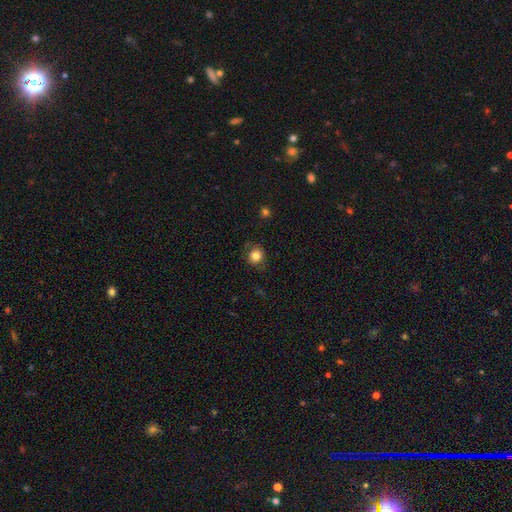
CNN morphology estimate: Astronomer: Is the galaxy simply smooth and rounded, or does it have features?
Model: smooth — 81%.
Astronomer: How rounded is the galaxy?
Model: round — 85%.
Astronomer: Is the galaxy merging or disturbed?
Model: none — 75%.